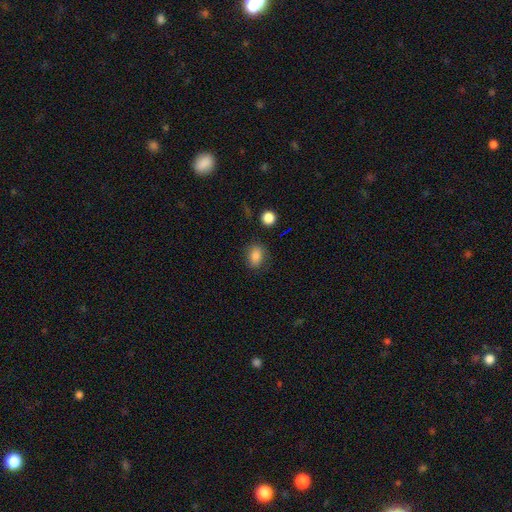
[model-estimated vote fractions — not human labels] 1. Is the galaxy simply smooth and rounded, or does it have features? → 83% smooth, 10% star or artifact, 7% featured or disk.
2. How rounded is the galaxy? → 63% in between, 35% round, 1% cigar-shaped.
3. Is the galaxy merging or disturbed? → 76% none, 17% minor disturbance, 5% major disturbance, 2% merger.